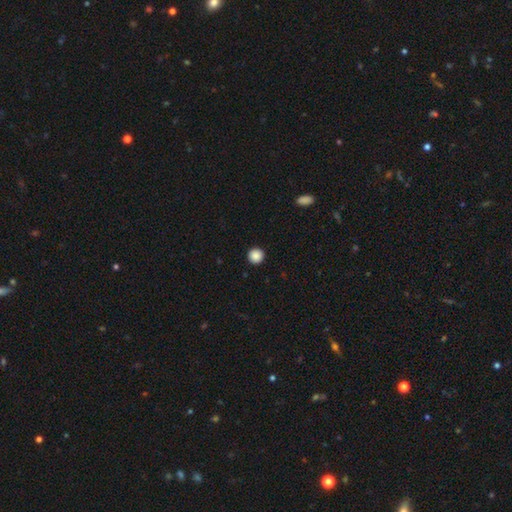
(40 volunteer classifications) smooth_or_featured: smooth (p=0.93) [alt: star or artifact p=0.07]
how_rounded: round (p=1.00)
merging: none (p=0.95) [alt: minor disturbance p=0.05]